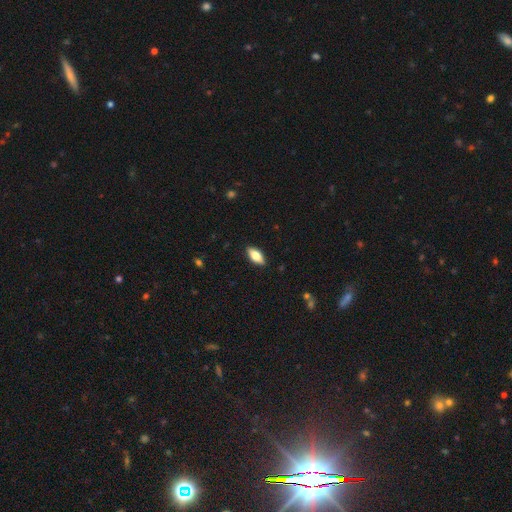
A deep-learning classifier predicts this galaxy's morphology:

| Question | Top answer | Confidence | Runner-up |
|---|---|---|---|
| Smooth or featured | smooth | 73% | featured or disk (21%) |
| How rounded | in between | 83% | cigar-shaped (14%) |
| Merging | none | 89% | minor disturbance (9%) |